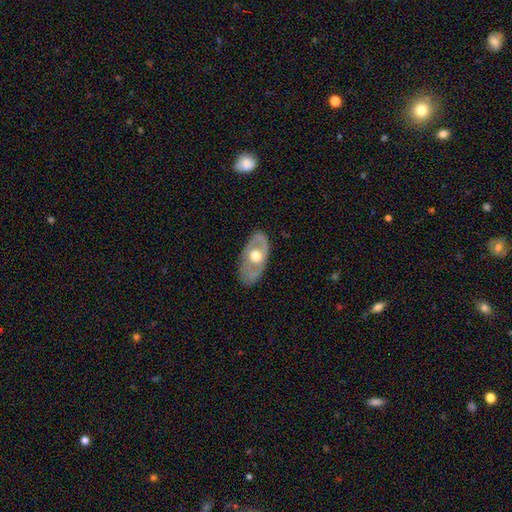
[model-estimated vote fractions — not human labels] Smooth or featured? Predicted: featured or disk (p=0.58). Edge-on disk? Predicted: no (p=0.83). Merging? Predicted: none (p=0.78).